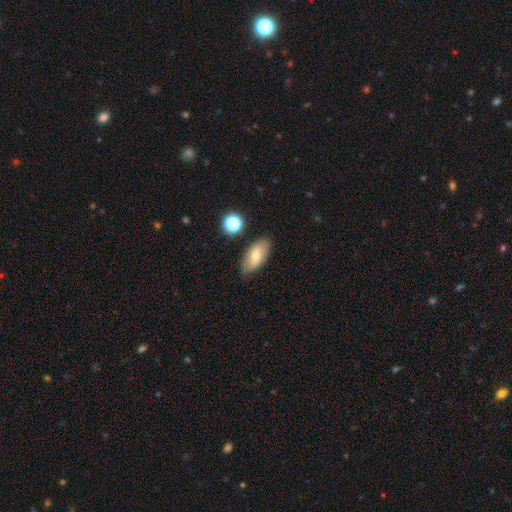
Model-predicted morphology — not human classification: Overall: smooth (69%). How rounded: in between (89%). Merging: none (81%).